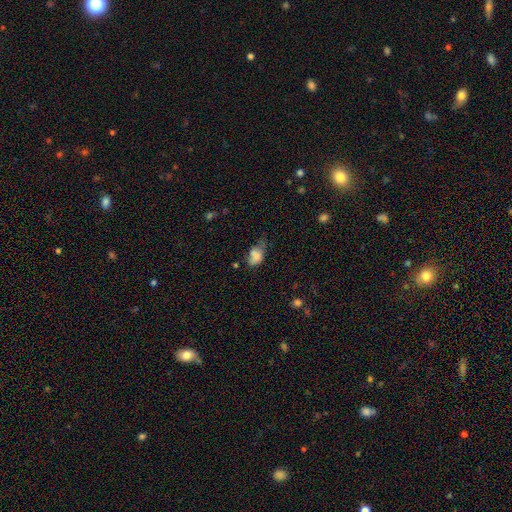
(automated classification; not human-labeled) Q: Smooth or featured?
A: smooth (72%); runner-up: featured or disk (17%)
Q: How rounded?
A: in between (84%); runner-up: round (13%)
Q: Merging?
A: minor disturbance (37%); runner-up: none (30%)